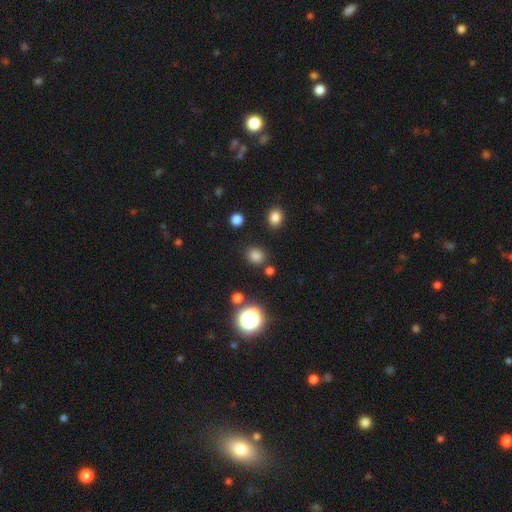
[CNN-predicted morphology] A smooth galaxy with no disk features (76%) that is round (75%).

Vote fractions:
- Smooth or featured? smooth: 76% / star or artifact: 19% / featured or disk: 5%
- How rounded? round: 75% / in between: 24% / cigar-shaped: 1%
- Merging? none: 84% / minor disturbance: 8% / merger: 4% / major disturbance: 3%